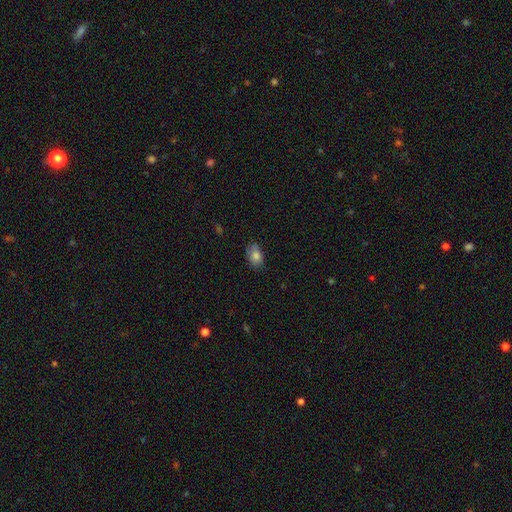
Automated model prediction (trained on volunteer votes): Smooth or featured?
  - smooth: 81% *
  - featured or disk: 10%
  - star or artifact: 9%
How rounded?
  - in between: 82% *
  - round: 17%
  - cigar-shaped: 1%
Merging?
  - none: 68% *
  - minor disturbance: 25%
  - major disturbance: 5%
  - merger: 2%